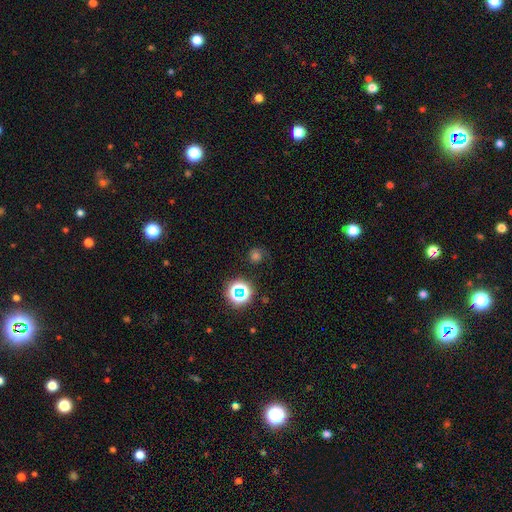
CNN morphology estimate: Overall: smooth (60%; star or artifact 30%). How rounded: round (88%). Merging: none (71%).